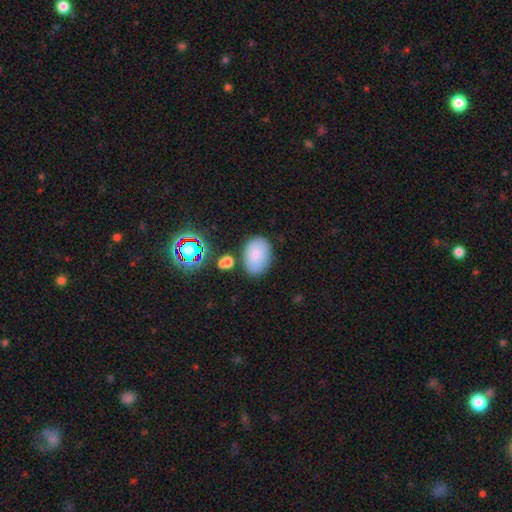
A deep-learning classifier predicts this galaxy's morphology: type=smooth (80%); roundness=in between (85%); merging=none (77%).